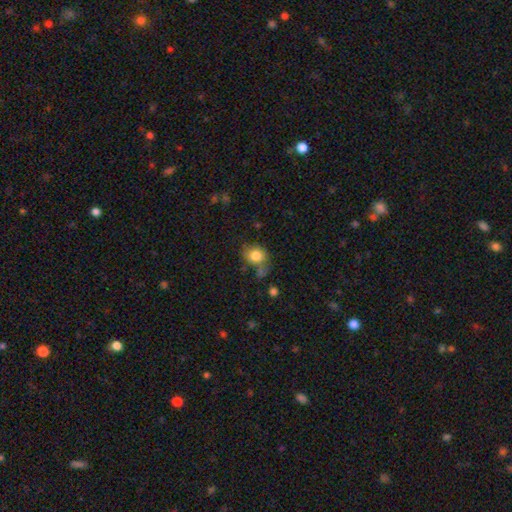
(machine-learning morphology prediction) type=smooth (81%); roundness=round (63%); merging=none (55%).